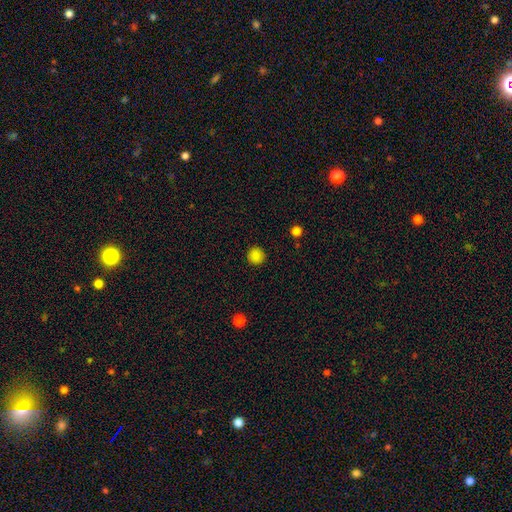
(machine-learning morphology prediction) Smooth or featured? Predicted: smooth (p=0.86). How rounded? Predicted: round (p=0.93). Merging? Predicted: none (p=0.92).